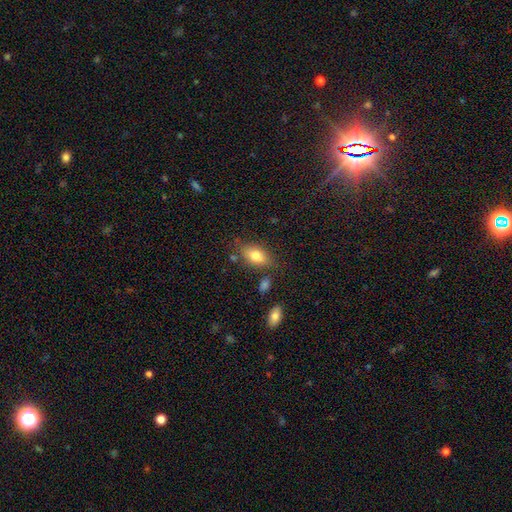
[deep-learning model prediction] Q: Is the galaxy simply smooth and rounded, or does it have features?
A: smooth — 77%.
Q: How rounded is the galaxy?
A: in between — 86%.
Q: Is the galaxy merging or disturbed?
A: none — 72%.